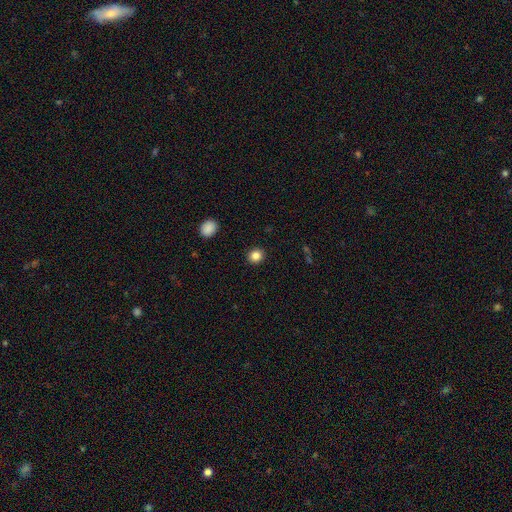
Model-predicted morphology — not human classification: smooth 85%, star or artifact 11%, featured or disk 4%. Down the decision tree: how rounded — round (80%); merging — none (91%).